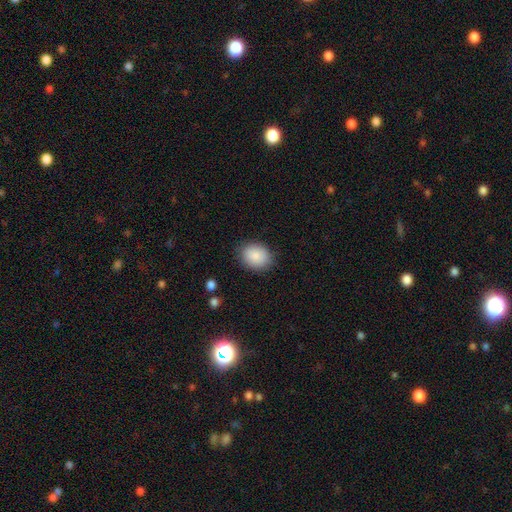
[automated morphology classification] smooth_or_featured: smooth (p=0.88) [alt: star or artifact p=0.07]
how_rounded: round (p=0.50) [alt: in between p=0.49]
merging: none (p=0.86) [alt: minor disturbance p=0.10]